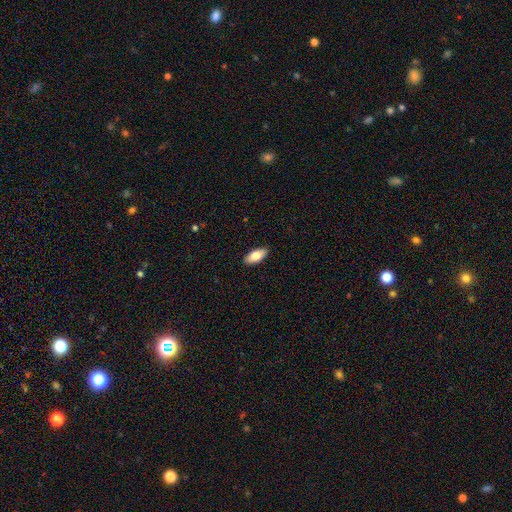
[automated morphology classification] Smooth or featured: smooth — 81% (featured or disk — 13%)
How rounded: in between — 87% (cigar-shaped — 11%)
Merging: none — 90% (minor disturbance — 7%)